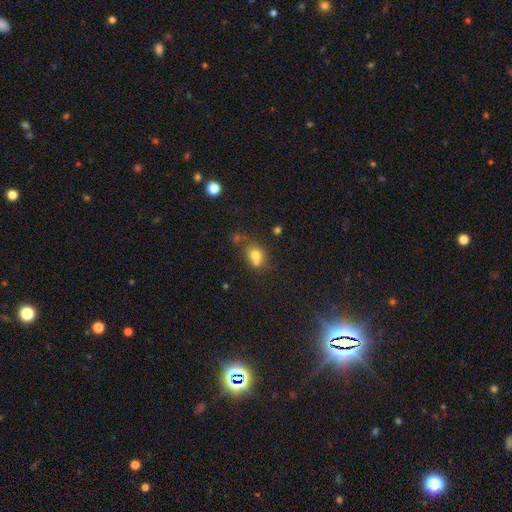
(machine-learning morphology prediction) The model was most divided on "merging": none: 43%, merger: 36%, minor disturbance: 15%, major disturbance: 6%. More confident: smooth or featured — smooth (73%); how rounded — round (56%).